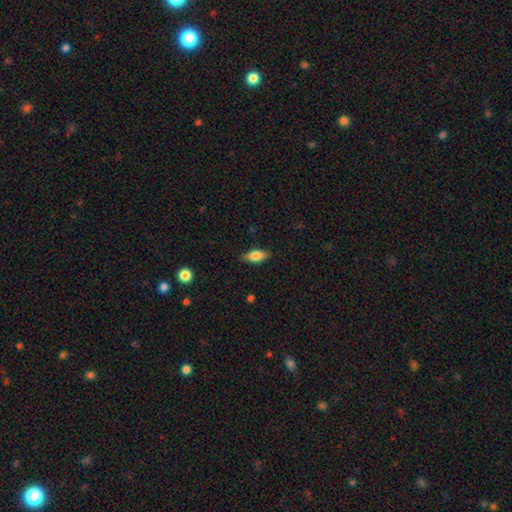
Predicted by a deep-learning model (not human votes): This is likely a smooth galaxy (68%). How rounded: likely in between (79%). Merging: clearly none (84%).